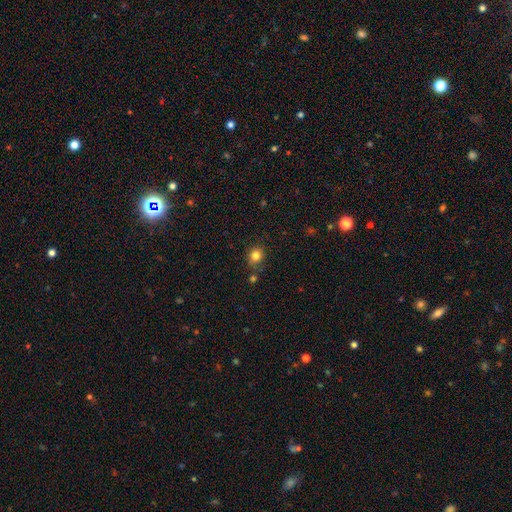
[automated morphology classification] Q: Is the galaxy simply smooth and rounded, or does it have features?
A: smooth — 82%.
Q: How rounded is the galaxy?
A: round — 70%.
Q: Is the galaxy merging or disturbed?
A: none — 76%.